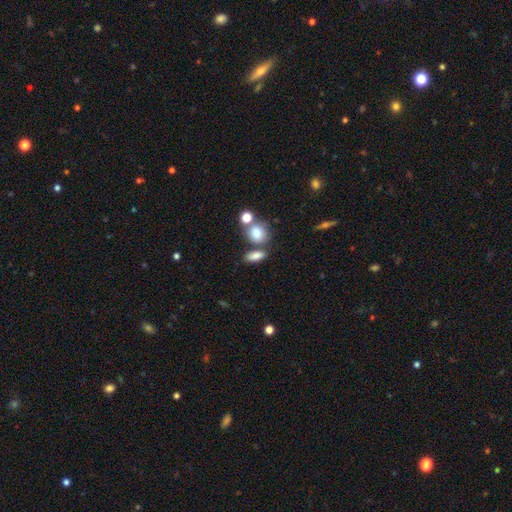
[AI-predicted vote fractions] A smooth galaxy with no disk features (81%) that is in between round and cigar-shaped (75%).

Vote fractions:
- Smooth or featured? smooth: 81% / star or artifact: 10% / featured or disk: 9%
- How rounded? in between: 75% / round: 16% / cigar-shaped: 9%
- Merging? none: 61% / merger: 22% / minor disturbance: 12% / major disturbance: 5%